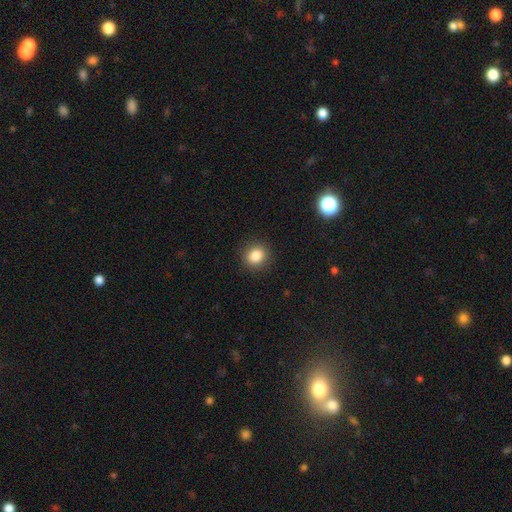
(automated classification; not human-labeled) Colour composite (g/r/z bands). It shows a smooth galaxy with no disk features (84%) that is round (81%). Merging: none (90%).